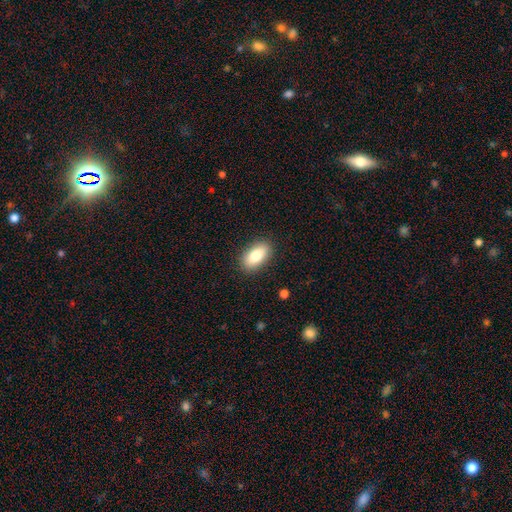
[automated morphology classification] Q: Smooth or featured?
A: smooth (81%); runner-up: featured or disk (12%)
Q: How rounded?
A: in between (91%); runner-up: cigar-shaped (5%)
Q: Merging?
A: none (88%); runner-up: minor disturbance (9%)